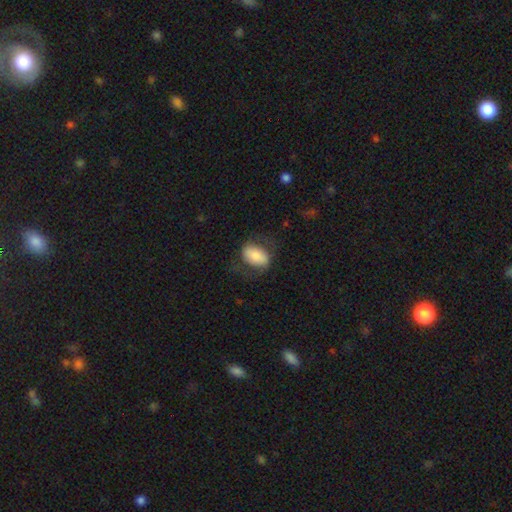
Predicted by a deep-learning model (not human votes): Smooth or featured?
  - smooth: 68% *
  - featured or disk: 25%
  - star or artifact: 7%
How rounded?
  - in between: 87% *
  - round: 11%
  - cigar-shaped: 2%
Merging?
  - none: 62% *
  - minor disturbance: 20%
  - major disturbance: 16%
  - merger: 1%